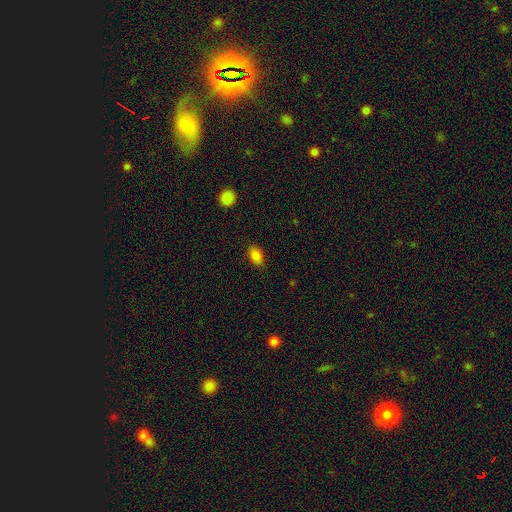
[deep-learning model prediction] A smooth galaxy with no disk features (85%) that is in between round and cigar-shaped (88%). Merging: none (85%).